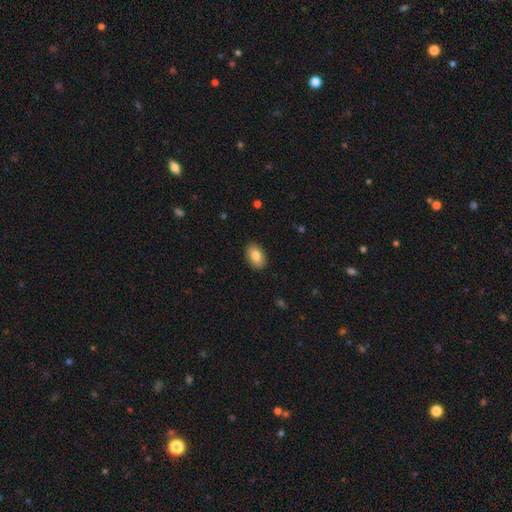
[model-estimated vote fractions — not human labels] smooth 83%, featured or disk 10%, star or artifact 7%. Down the decision tree: how rounded — in between (89%); merging — none (89%).